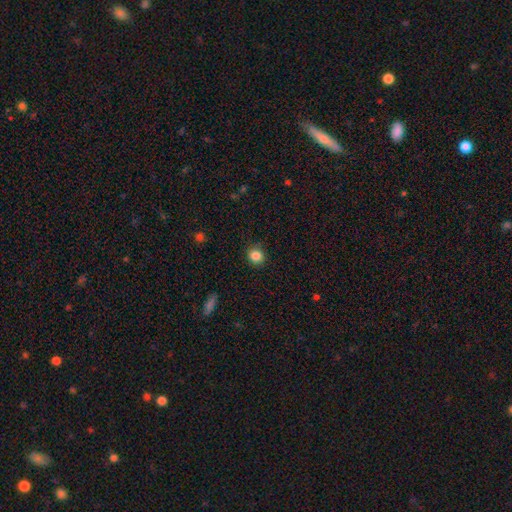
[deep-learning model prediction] Q: Smooth or featured?
A: smooth (85%); runner-up: star or artifact (11%)
Q: How rounded?
A: round (83%); runner-up: in between (16%)
Q: Merging?
A: none (88%); runner-up: minor disturbance (9%)